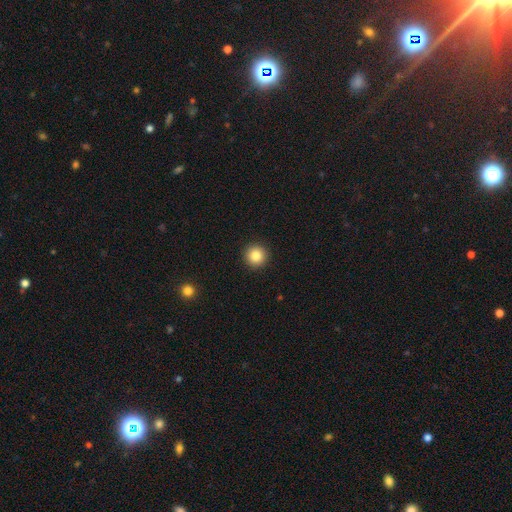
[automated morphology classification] This is clearly a smooth galaxy (85%). How rounded: clearly round (96%). Merging: clearly none (93%).